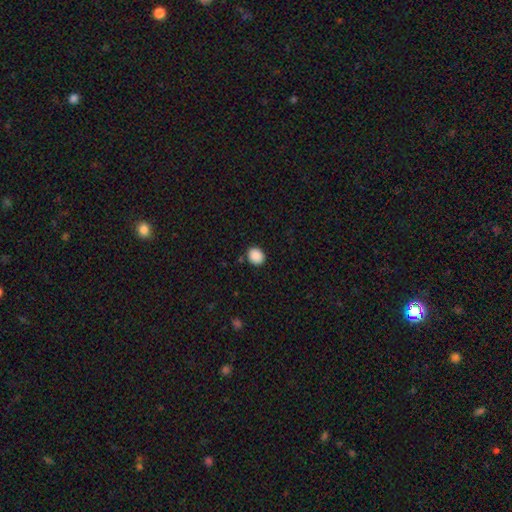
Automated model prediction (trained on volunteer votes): Morphology: type=smooth (89%); roundness=round (69%); merging=none (88%).